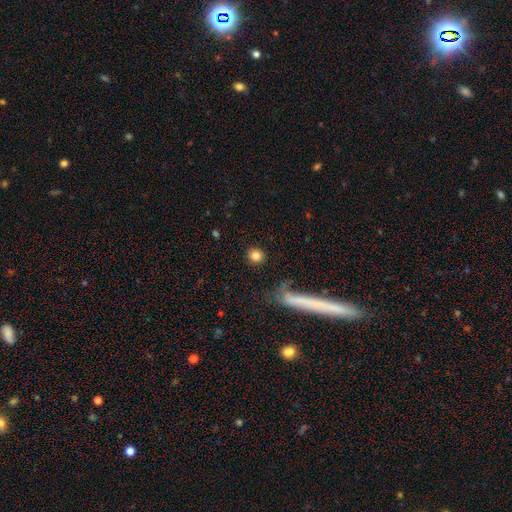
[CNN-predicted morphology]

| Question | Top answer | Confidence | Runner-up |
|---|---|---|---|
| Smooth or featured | smooth | 84% | star or artifact (9%) |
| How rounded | round | 86% | in between (11%) |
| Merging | none | 89% | minor disturbance (6%) |